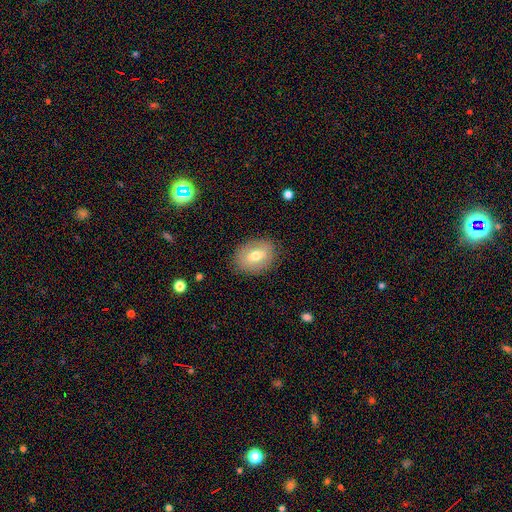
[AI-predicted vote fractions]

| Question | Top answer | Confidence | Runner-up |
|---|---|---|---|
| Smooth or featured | smooth | 62% | featured or disk (30%) |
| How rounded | in between | 74% | round (24%) |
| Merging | none | 84% | minor disturbance (11%) |